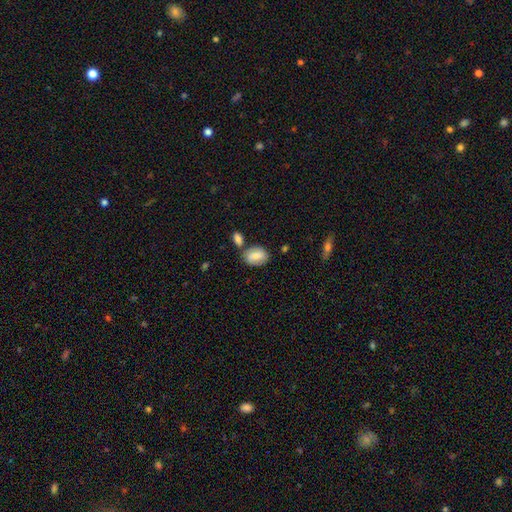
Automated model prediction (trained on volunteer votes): Smooth or featured: smooth — 66% (featured or disk — 27%)
How rounded: in between — 76% (round — 22%)
Merging: none — 62% (merger — 17%)